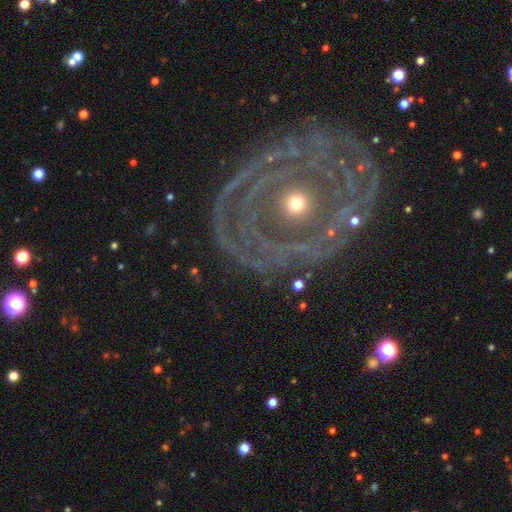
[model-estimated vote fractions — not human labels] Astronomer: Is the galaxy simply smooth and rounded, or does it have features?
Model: featured or disk — 84%.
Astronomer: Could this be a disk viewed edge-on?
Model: no — 96%.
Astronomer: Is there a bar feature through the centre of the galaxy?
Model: no — 79%.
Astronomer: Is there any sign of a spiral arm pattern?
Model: yes — 81%.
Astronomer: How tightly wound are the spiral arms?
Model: tight — 80%.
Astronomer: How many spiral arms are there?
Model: can't tell — 34% (runner-up: 2, 21%).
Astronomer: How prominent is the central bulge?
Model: small — 50% (runner-up: moderate, 45%).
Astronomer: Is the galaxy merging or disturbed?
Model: none — 79%.